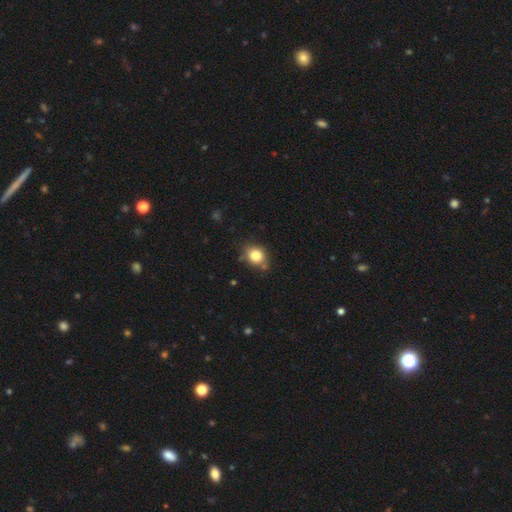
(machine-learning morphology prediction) smooth 82%, star or artifact 10%, featured or disk 8%. Down the decision tree: how rounded — round (63%); merging — none (73%).